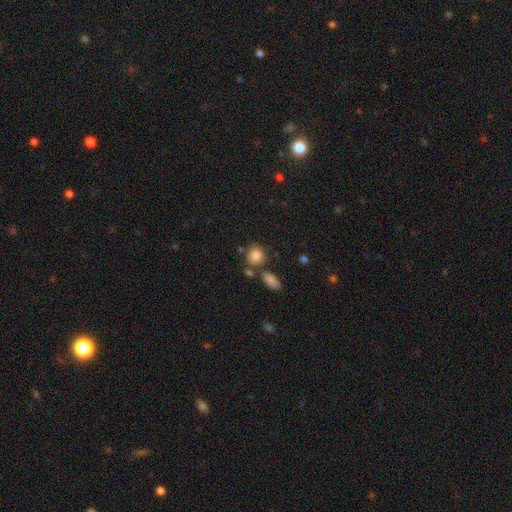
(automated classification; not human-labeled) smooth_or_featured: smooth (p=0.85) [alt: star or artifact p=0.09]
how_rounded: round (p=0.62) [alt: in between p=0.36]
merging: none (p=0.63) [alt: merger p=0.19]